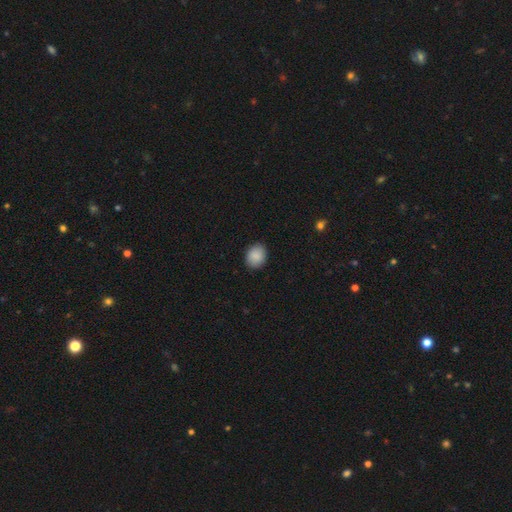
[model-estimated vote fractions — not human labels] smooth 89%, star or artifact 8%, featured or disk 3%. Down the decision tree: how rounded — in between (51%); merging — none (88%).